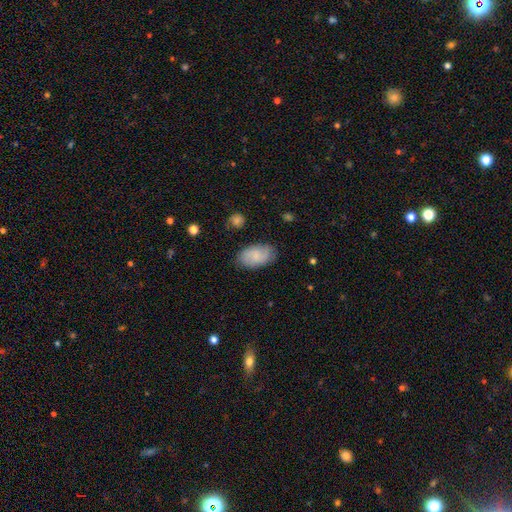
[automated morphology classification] type=smooth (71%); roundness=in between (93%); merging=none (80%).